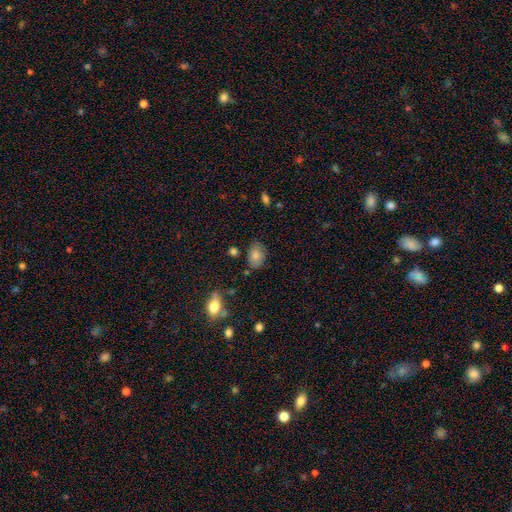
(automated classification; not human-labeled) smooth_or_featured: smooth (p=0.80) [alt: featured or disk p=0.11]
how_rounded: in between (p=0.82) [alt: round p=0.17]
merging: none (p=0.76) [alt: minor disturbance p=0.17]